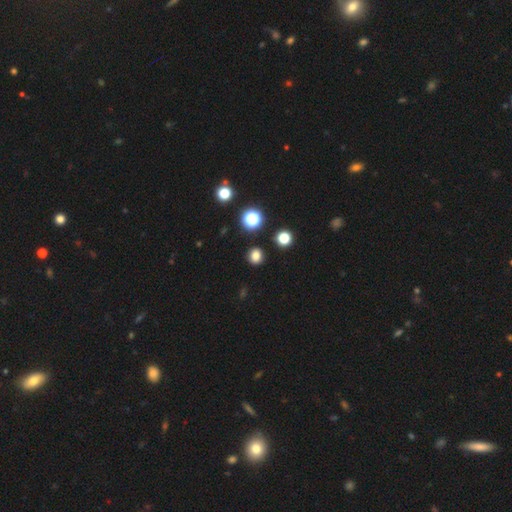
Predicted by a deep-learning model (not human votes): This is likely a smooth galaxy (79%). How rounded: likely round (79%). Merging: clearly none (89%).